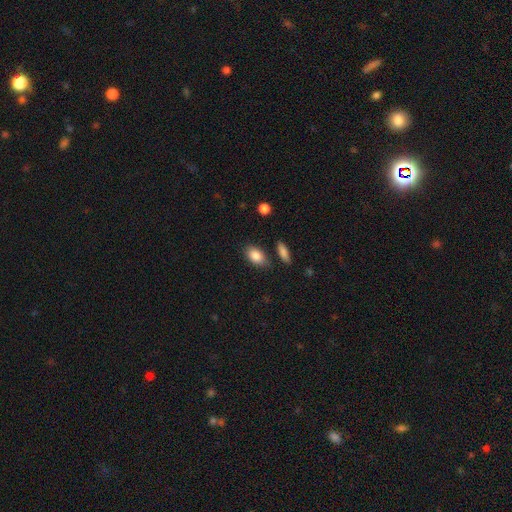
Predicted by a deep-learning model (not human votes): Overall: smooth (86%). How rounded: in between (88%). Merging: none (79%).